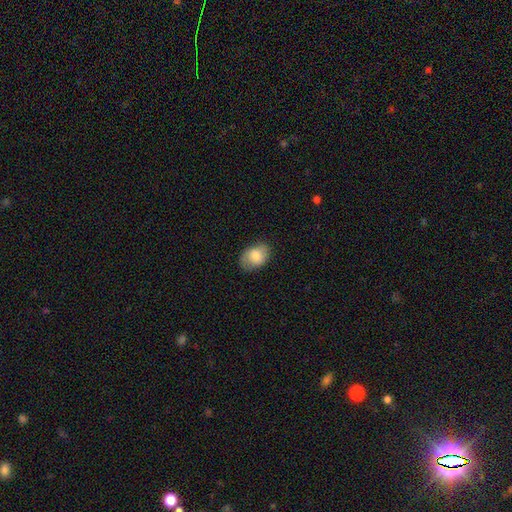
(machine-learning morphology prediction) Smooth or featured?
  - smooth: 76% *
  - featured or disk: 17%
  - star or artifact: 7%
How rounded?
  - in between: 79% *
  - round: 20%
  - cigar-shaped: 1%
Merging?
  - none: 75% *
  - minor disturbance: 19%
  - major disturbance: 4%
  - merger: 1%